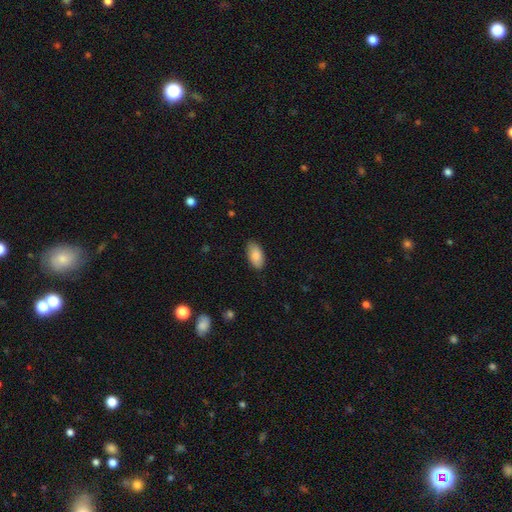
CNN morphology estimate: This appears to be a smooth galaxy with no disk features (86%) that is in between round and cigar-shaped (94%). Merging: none (85%).